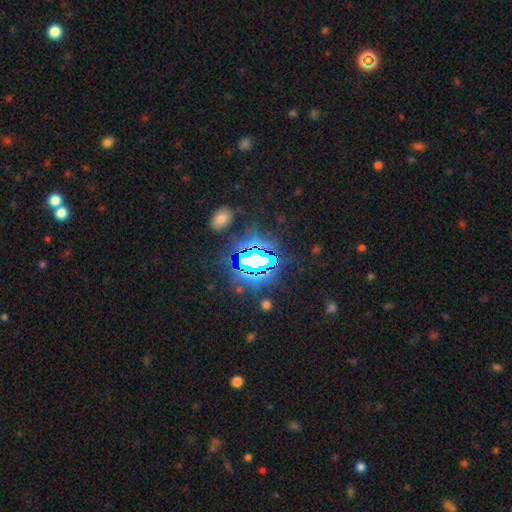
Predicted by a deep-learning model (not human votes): star or artifact 74%, smooth 14%, featured or disk 12%.